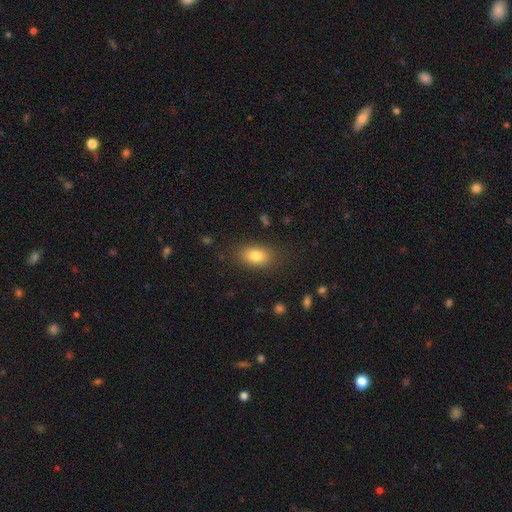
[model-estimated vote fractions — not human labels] Smooth or featured?
  - smooth: 80% *
  - featured or disk: 10%
  - star or artifact: 10%
How rounded?
  - in between: 83% *
  - round: 15%
  - cigar-shaped: 2%
Merging?
  - none: 83% *
  - minor disturbance: 11%
  - major disturbance: 4%
  - merger: 1%